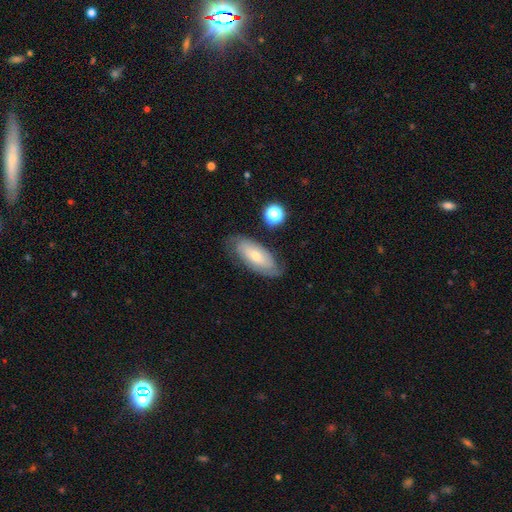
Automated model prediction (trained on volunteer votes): Overall: featured or disk (51%; smooth 41%). Edge-on disk: no (87%). Merging: none (72%).